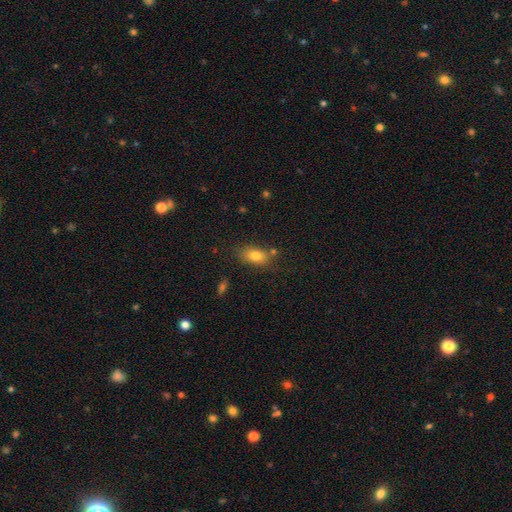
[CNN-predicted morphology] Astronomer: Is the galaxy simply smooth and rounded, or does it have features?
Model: smooth — 78%.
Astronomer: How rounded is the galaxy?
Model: in between — 83%.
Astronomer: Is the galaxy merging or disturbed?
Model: none — 70%.